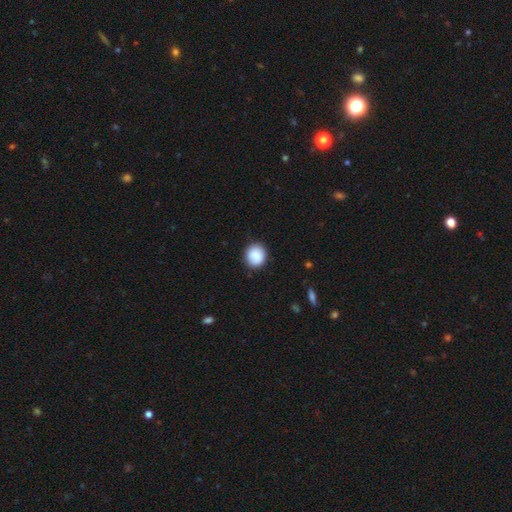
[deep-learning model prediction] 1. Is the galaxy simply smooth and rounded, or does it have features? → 88% smooth, 7% star or artifact, 5% featured or disk.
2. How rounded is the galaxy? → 84% round, 15% in between, 1% cigar-shaped.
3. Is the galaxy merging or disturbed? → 87% none, 9% minor disturbance, 2% major disturbance, 1% merger.